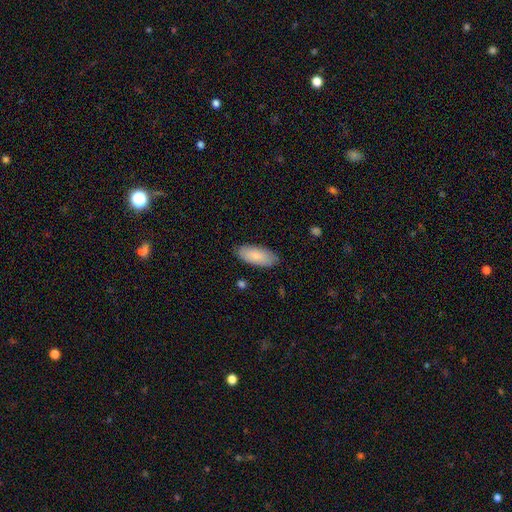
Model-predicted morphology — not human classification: This is clearly a smooth galaxy (84%). How rounded: clearly in between (87%). Merging: clearly none (85%).